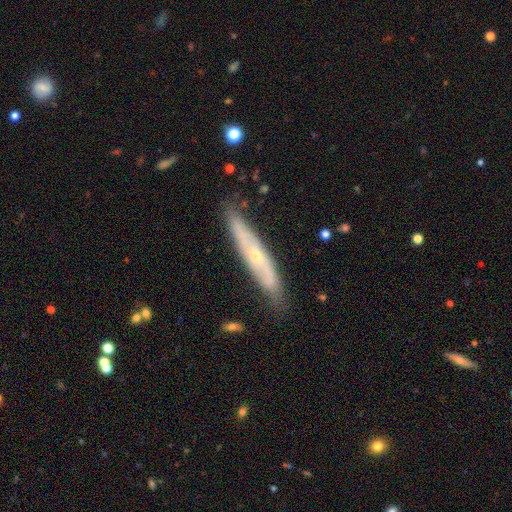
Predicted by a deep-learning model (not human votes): This appears to be a featured or disk galaxy (65%) viewed edge-on (63%). Merging: none (79%).